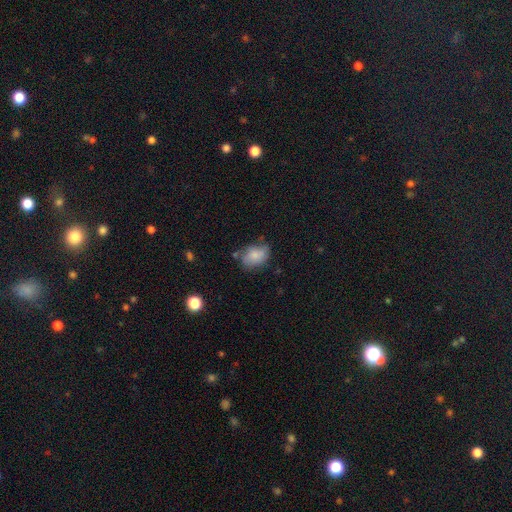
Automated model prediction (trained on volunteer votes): Overall: smooth (76%). How rounded: in between (74%). Merging: none (57%; minor disturbance 28%).